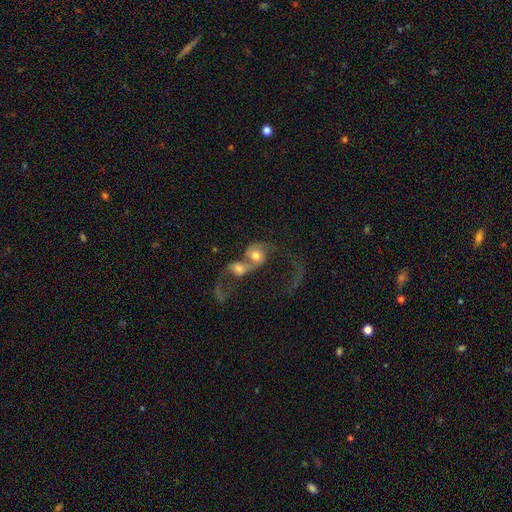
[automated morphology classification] type=featured or disk (54%); edge-on=no (96%); bar=no (74%); spiral arms=yes (72%); bulge=moderate (55%); merging=merger (81%).